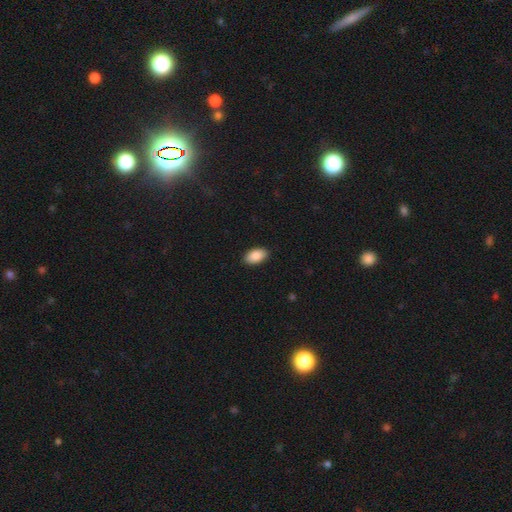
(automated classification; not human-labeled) The model was most divided on "smooth or featured": smooth: 89%, star or artifact: 7%, featured or disk: 4%. More confident: how rounded — in between (94%); merging — none (90%).